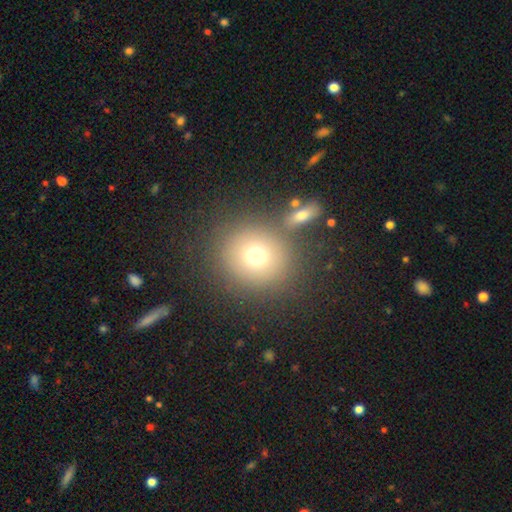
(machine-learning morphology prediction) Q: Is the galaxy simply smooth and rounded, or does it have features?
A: smooth — 72%.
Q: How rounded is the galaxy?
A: round — 87%.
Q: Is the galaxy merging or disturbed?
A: none — 75%.